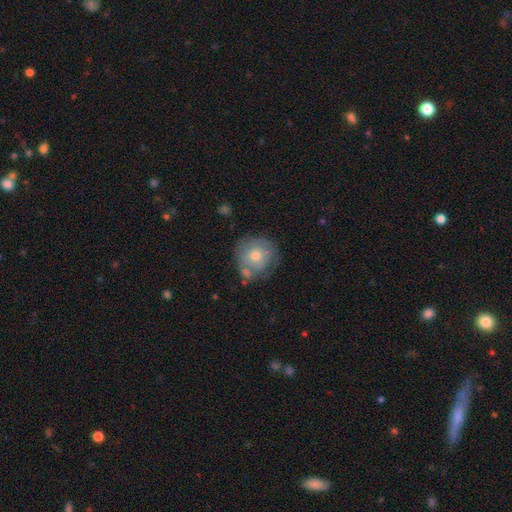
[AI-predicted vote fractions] smooth_or_featured: smooth (p=0.56) [alt: featured or disk p=0.36]
how_rounded: round (p=0.91) [alt: in between p=0.08]
merging: none (p=0.64) [alt: minor disturbance p=0.19]